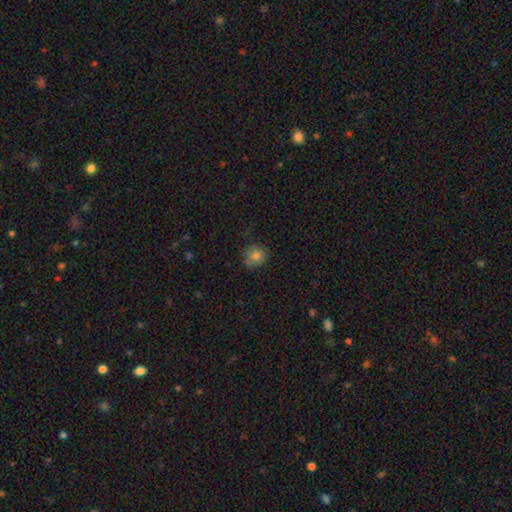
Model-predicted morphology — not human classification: The model was most divided on "merging": none: 77%, minor disturbance: 17%, major disturbance: 3%, merger: 2%. More confident: how rounded — round (86%); smooth or featured — smooth (80%).